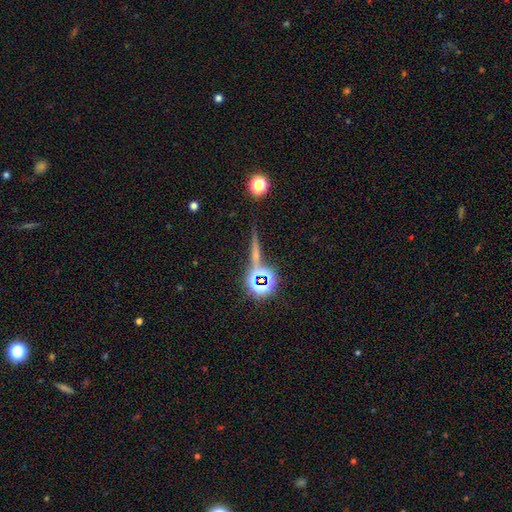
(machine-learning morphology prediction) Smooth or featured? star or artifact (46%)